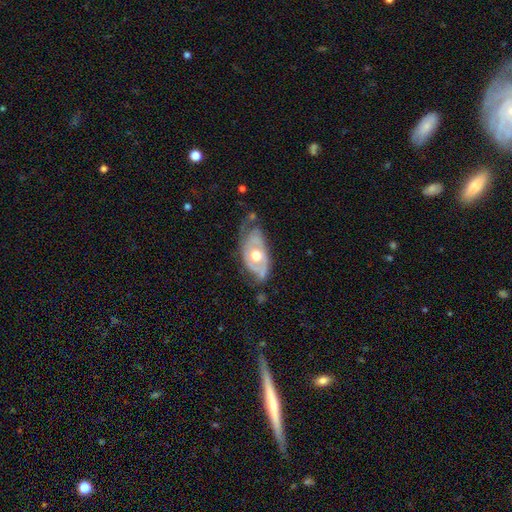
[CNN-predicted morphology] A featured or disk galaxy (75%) with no bar (81%), spiral arms (66%) and a moderate central bulge (70%). Merging: none (45%).